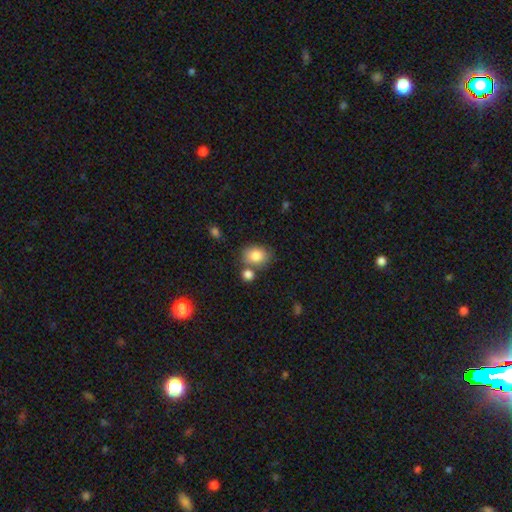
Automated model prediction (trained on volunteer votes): A smooth galaxy with no disk features (83%) that is in between round and cigar-shaped (58%). Merging: none (61%).